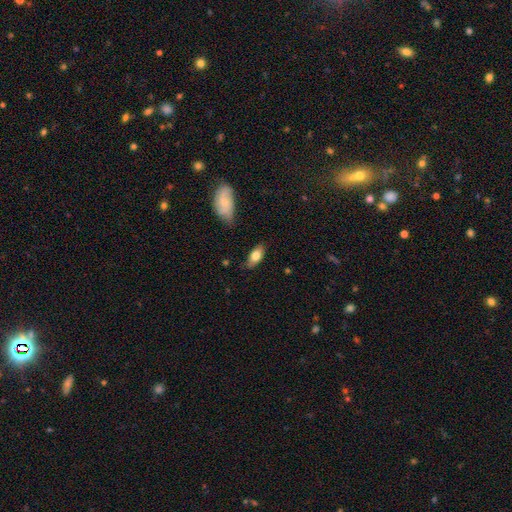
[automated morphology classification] A smooth galaxy with no disk features (74%) that is in between round and cigar-shaped (87%). Merging: none (75%).